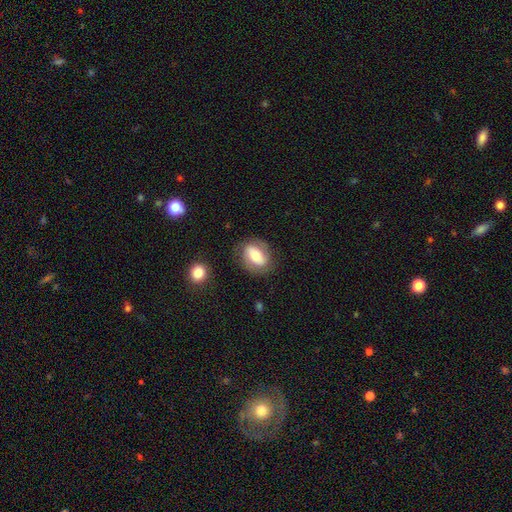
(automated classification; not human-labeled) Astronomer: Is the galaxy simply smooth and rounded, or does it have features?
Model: smooth — 52% (runner-up: featured or disk, 41%).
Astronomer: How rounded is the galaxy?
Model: in between — 75%.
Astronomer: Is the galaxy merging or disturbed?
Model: none — 79%.